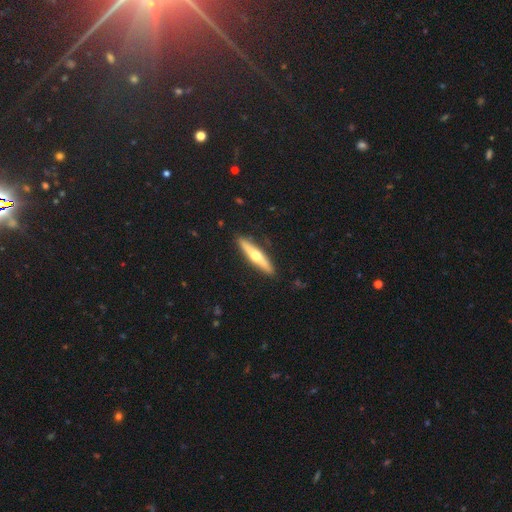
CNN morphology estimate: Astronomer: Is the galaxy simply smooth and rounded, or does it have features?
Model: featured or disk — 58% (runner-up: smooth, 37%).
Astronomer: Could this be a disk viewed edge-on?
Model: yes — 94%.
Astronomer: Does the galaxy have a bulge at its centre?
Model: rounded — 93%.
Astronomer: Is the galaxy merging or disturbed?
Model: none — 90%.